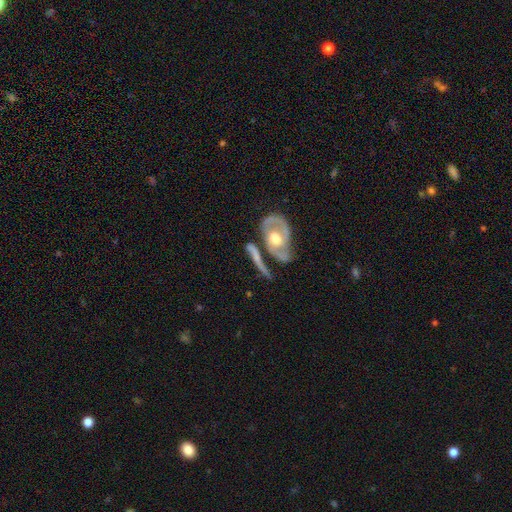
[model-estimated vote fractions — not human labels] Smooth or featured: featured or disk — 61% (smooth — 33%)
Edge-on disk: no — 70% (yes — 30%)
Merging: none — 41% (merger — 28%)